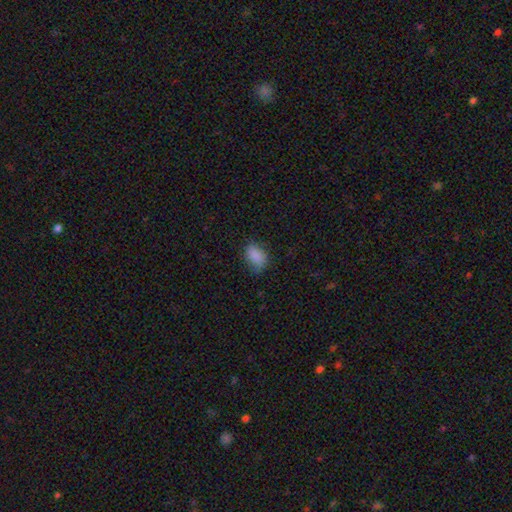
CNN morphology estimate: smooth-or-featured: smooth: 86% | star or artifact: 8% | featured or disk: 5%
  how-rounded: in between: 87% | round: 11% | cigar-shaped: 2%
  merging: none: 70% | minor disturbance: 23% | major disturbance: 6% | merger: 1%